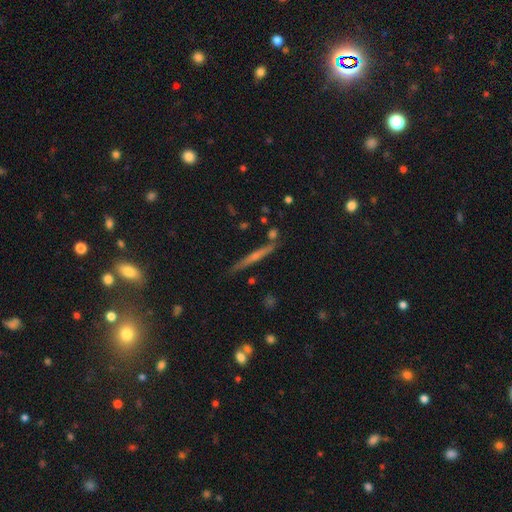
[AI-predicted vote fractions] featured or disk 65%, smooth 26%, star or artifact 9%. Down the decision tree: edge-on disk — yes (97%); edge-on bulge — rounded (60%); merging — none (86%).